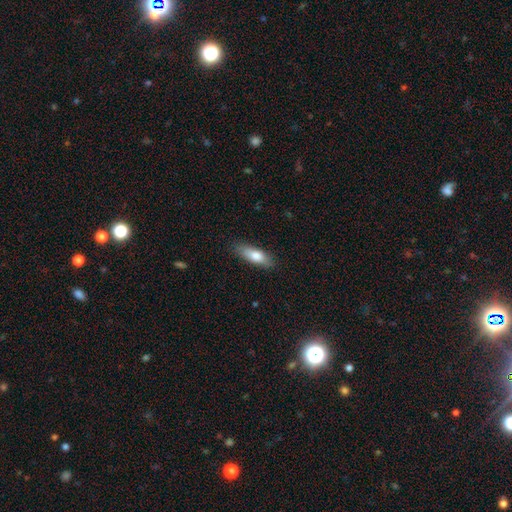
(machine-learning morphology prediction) Smooth or featured? smooth (77%)
How rounded? in between (59%)
Merging? none (84%)